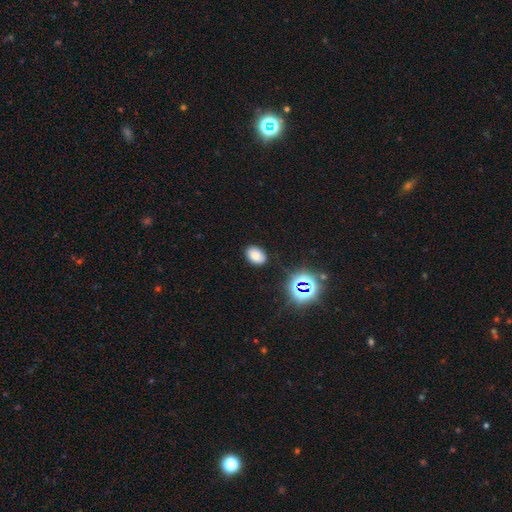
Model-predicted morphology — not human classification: A smooth galaxy with no disk features (75%) that is in between round and cigar-shaped (80%).

Vote fractions:
- Smooth or featured? smooth: 75% / star or artifact: 17% / featured or disk: 8%
- How rounded? in between: 80% / round: 19% / cigar-shaped: 1%
- Merging? none: 84% / minor disturbance: 11% / major disturbance: 3% / merger: 2%